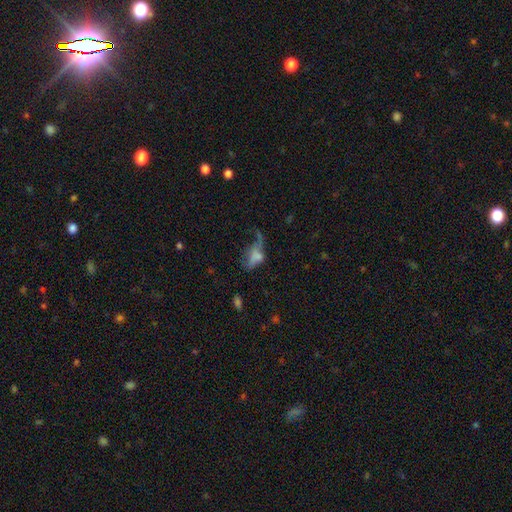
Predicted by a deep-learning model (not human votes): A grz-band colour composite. It shows a smooth galaxy with no disk features (52%) that is in between round and cigar-shaped (77%). Merging: major disturbance (42%).